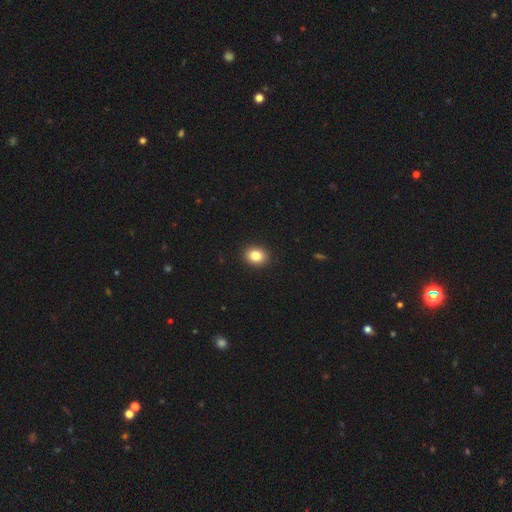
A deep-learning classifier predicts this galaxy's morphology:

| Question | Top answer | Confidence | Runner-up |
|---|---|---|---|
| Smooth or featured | smooth | 85% | star or artifact (9%) |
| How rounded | round | 51% | in between (49%) |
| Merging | none | 91% | minor disturbance (6%) |